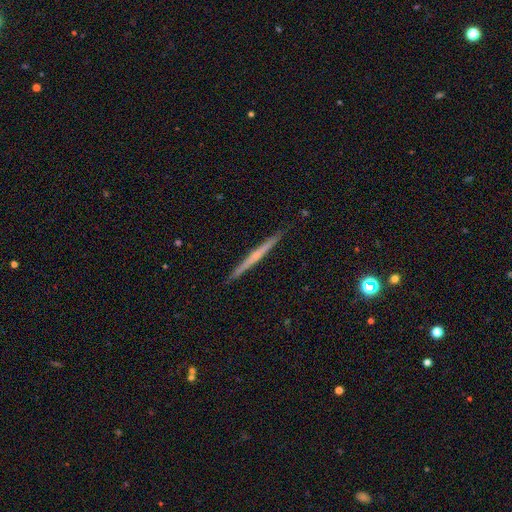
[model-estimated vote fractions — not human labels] smooth_or_featured: featured or disk (p=0.63) [alt: smooth p=0.31]
disk_edge_on: yes (p=0.98) [alt: no p=0.02]
edge_on_bulge: none (p=0.65) [alt: rounded p=0.28]
merging: none (p=0.92) [alt: minor disturbance p=0.05]